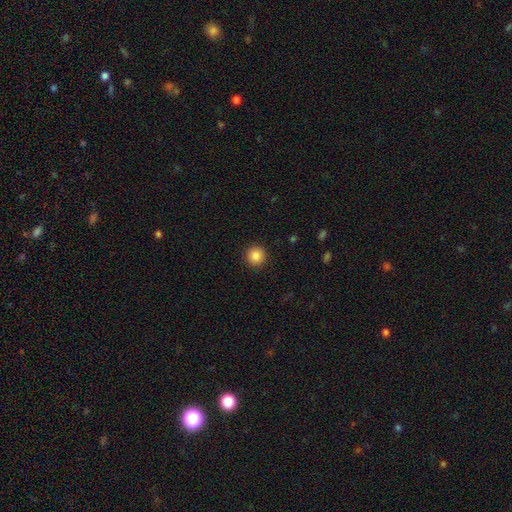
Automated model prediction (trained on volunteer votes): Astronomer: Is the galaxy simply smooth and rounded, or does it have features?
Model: smooth — 85%.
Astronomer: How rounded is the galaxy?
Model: round — 95%.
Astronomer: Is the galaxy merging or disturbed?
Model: none — 92%.